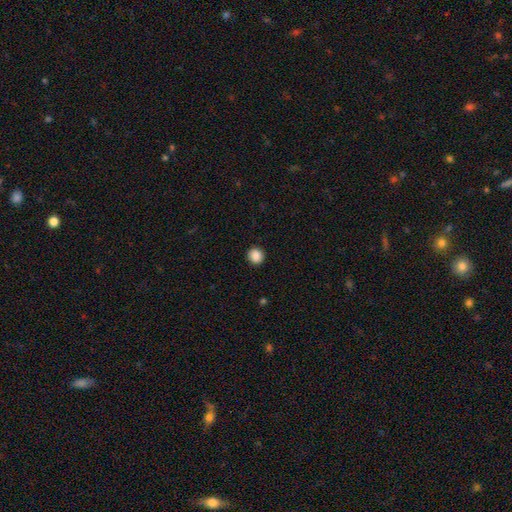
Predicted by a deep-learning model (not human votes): smooth 88%, star or artifact 9%, featured or disk 3%. Down the decision tree: how rounded — round (91%); merging — none (92%).